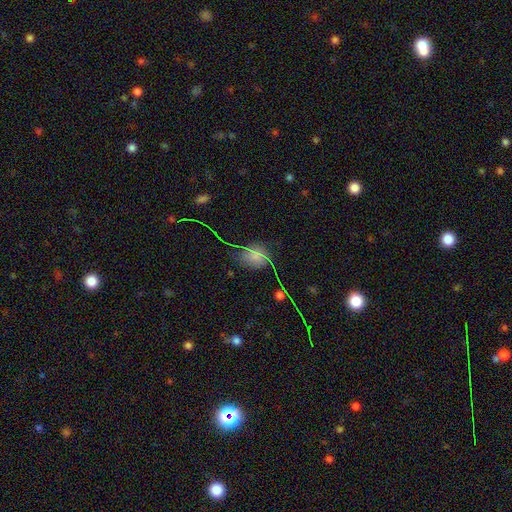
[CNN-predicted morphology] Overall: smooth (50%; star or artifact 37%). Merging: none (66%).